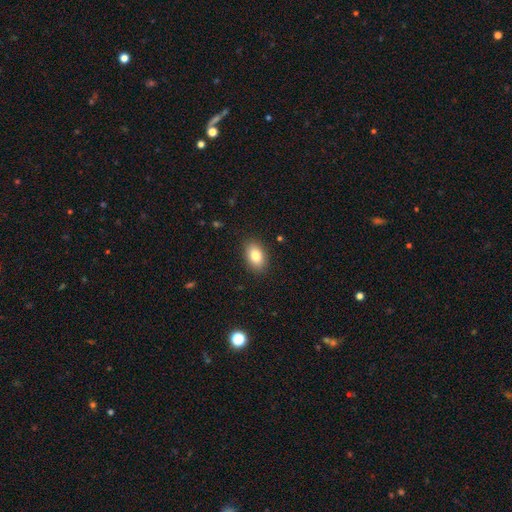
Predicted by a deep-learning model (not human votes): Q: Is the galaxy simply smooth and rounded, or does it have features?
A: smooth — 82%.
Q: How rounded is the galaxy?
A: in between — 88%.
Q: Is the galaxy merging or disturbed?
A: none — 88%.